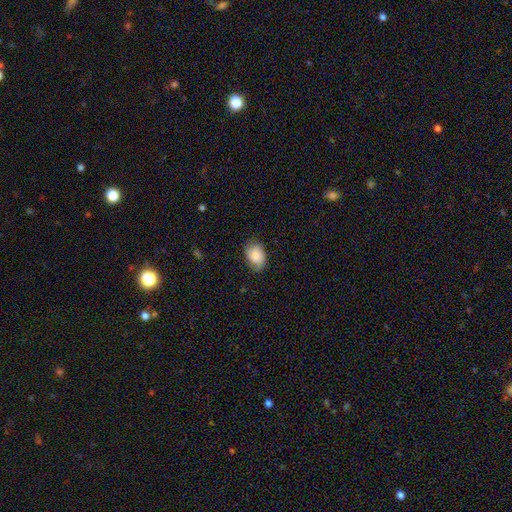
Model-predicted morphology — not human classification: This is clearly a smooth galaxy (84%). How rounded: clearly in between (80%). Merging: likely none (72%).